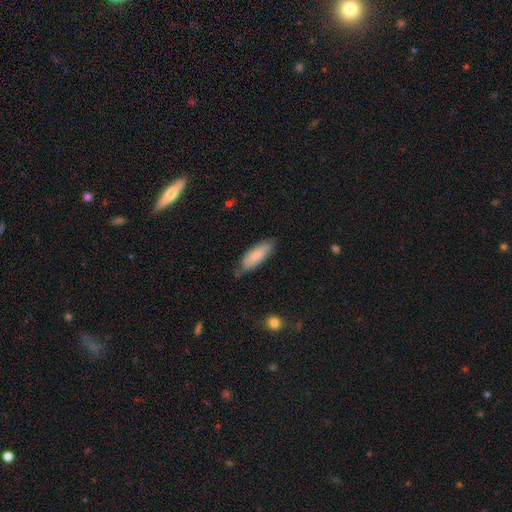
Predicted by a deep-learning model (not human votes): Q: Smooth or featured?
A: smooth (79%); runner-up: featured or disk (15%)
Q: How rounded?
A: in between (64%); runner-up: cigar-shaped (35%)
Q: Merging?
A: none (63%); runner-up: minor disturbance (30%)